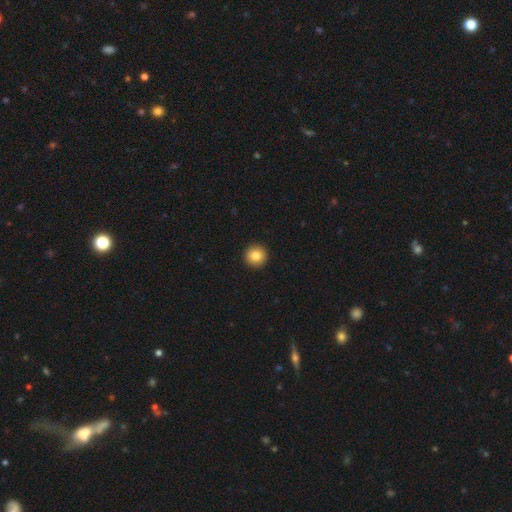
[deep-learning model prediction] smooth 84%, star or artifact 9%, featured or disk 7%. Down the decision tree: how rounded — round (95%); merging — none (94%).